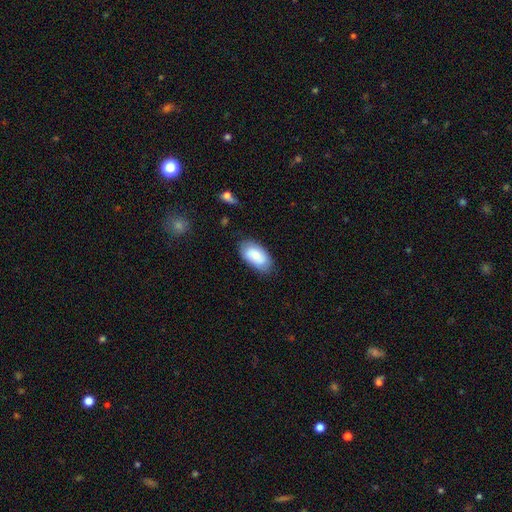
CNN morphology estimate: Q: Smooth or featured?
A: smooth (74%); runner-up: featured or disk (19%)
Q: How rounded?
A: in between (94%); runner-up: round (3%)
Q: Merging?
A: none (75%); runner-up: minor disturbance (19%)